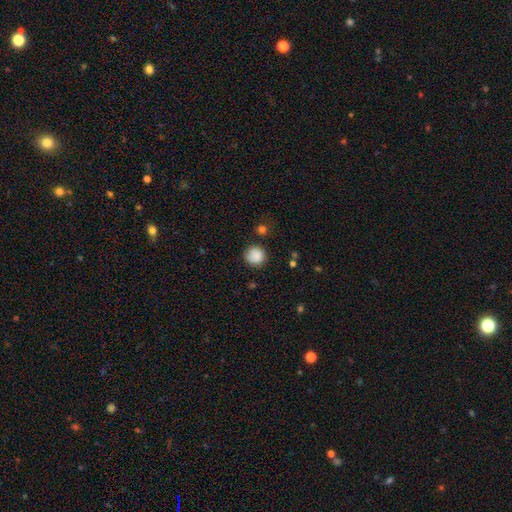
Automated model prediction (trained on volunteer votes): This is clearly a smooth galaxy (86%). How rounded: clearly round (90%). Merging: likely none (79%).